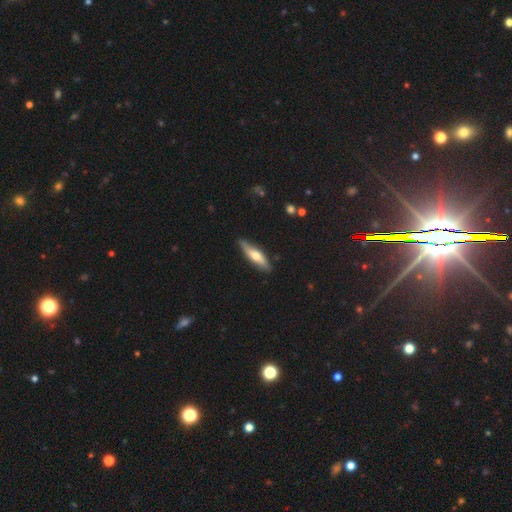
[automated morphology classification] This is possibly a smooth galaxy (53%). How rounded: likely cigar-shaped (70%). Merging: clearly none (83%).